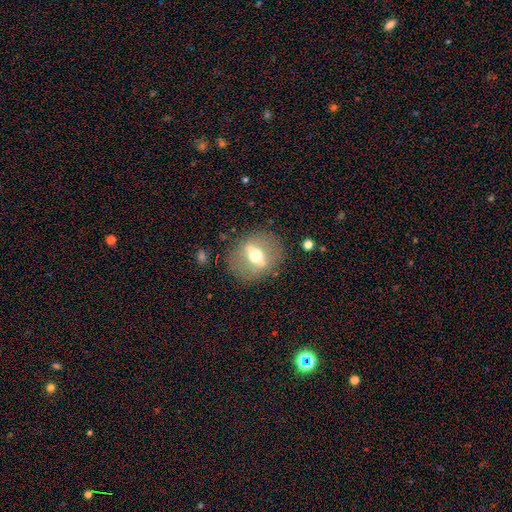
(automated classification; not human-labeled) Smooth or featured?
  - featured or disk: 66% *
  - smooth: 26%
  - star or artifact: 8%
Edge-on disk?
  - no: 53% *
  - yes: 47%
Merging?
  - none: 84% *
  - minor disturbance: 9%
  - major disturbance: 6%
  - merger: 1%